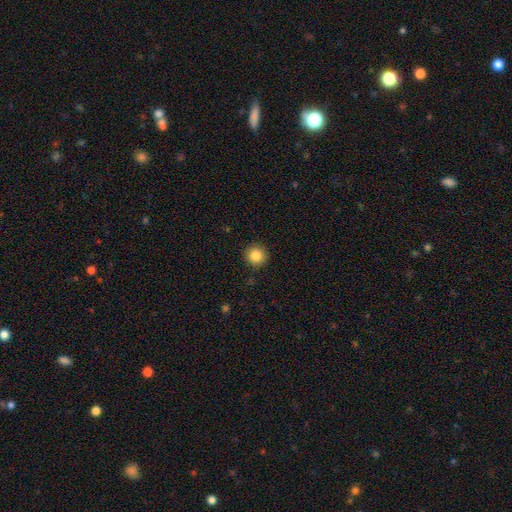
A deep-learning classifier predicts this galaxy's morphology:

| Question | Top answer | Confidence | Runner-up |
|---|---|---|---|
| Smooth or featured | smooth | 85% | star or artifact (10%) |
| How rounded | round | 95% | in between (4%) |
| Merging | none | 91% | minor disturbance (6%) |